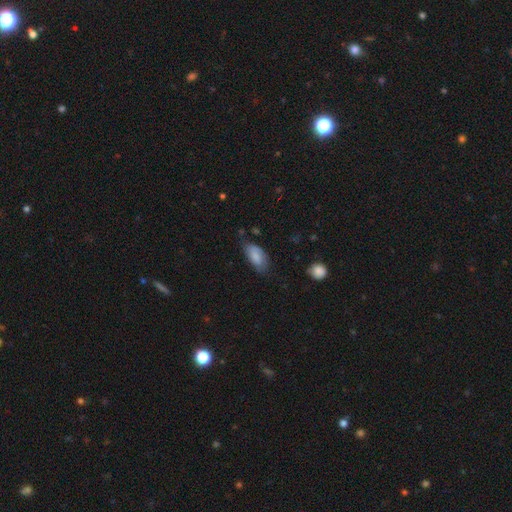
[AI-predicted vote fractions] A smooth galaxy with no disk features (74%) that is in between round and cigar-shaped (91%).

Vote fractions:
- Smooth or featured? smooth: 74% / featured or disk: 19% / star or artifact: 7%
- How rounded? in between: 91% / cigar-shaped: 6% / round: 3%
- Merging? none: 57% / minor disturbance: 33% / major disturbance: 8% / merger: 2%